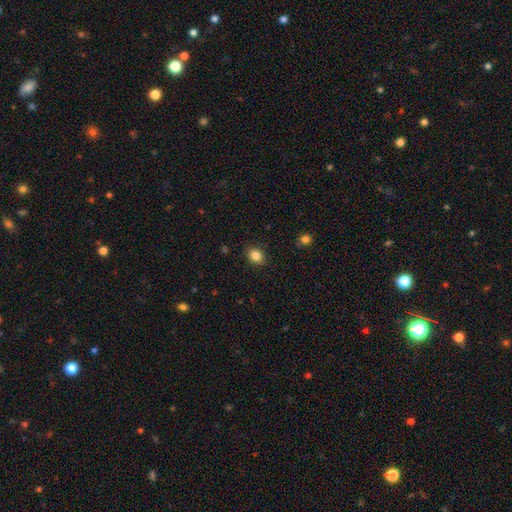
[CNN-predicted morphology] Overall: smooth (85%). How rounded: in between (52%; round 47%). Merging: none (89%).